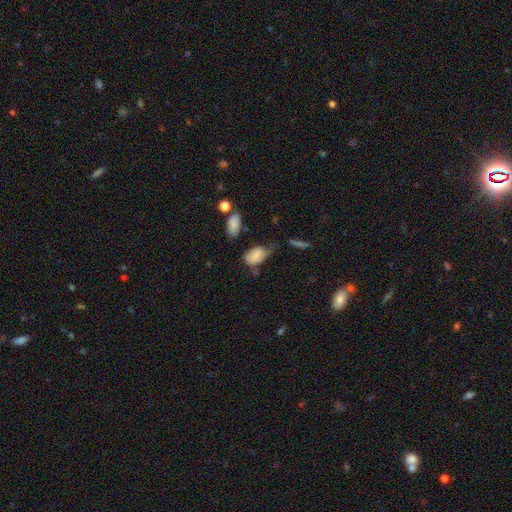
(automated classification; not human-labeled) This appears to be a smooth galaxy with no disk features (78%) that is in between round and cigar-shaped (88%). Merging: minor disturbance (39%).